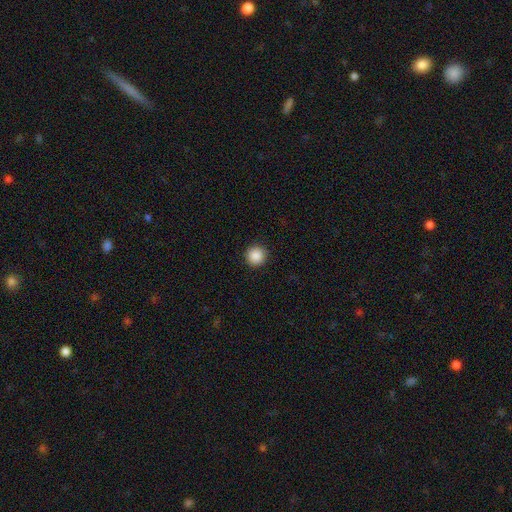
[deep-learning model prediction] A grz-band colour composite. It shows a smooth galaxy with no disk features (88%) that is round (96%). Merging: none (93%).